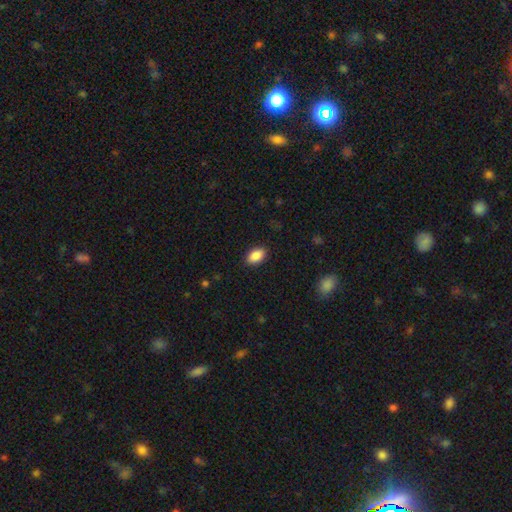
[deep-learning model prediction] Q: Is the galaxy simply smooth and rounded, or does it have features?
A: smooth — 89%.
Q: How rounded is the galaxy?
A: in between — 92%.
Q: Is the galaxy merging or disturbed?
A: none — 88%.